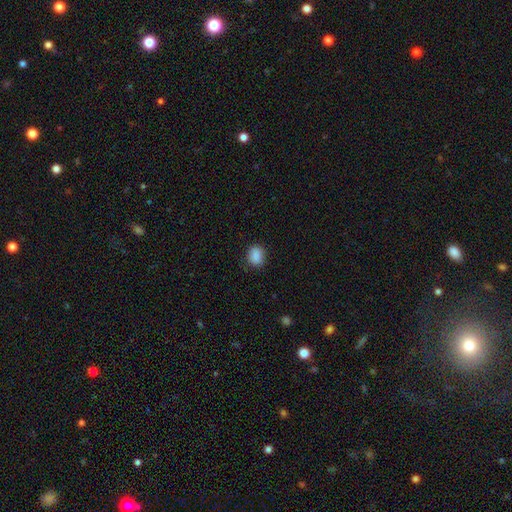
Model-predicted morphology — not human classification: Smooth or featured: smooth — 88% (star or artifact — 9%)
How rounded: in between — 59% (round — 40%)
Merging: none — 81% (minor disturbance — 15%)